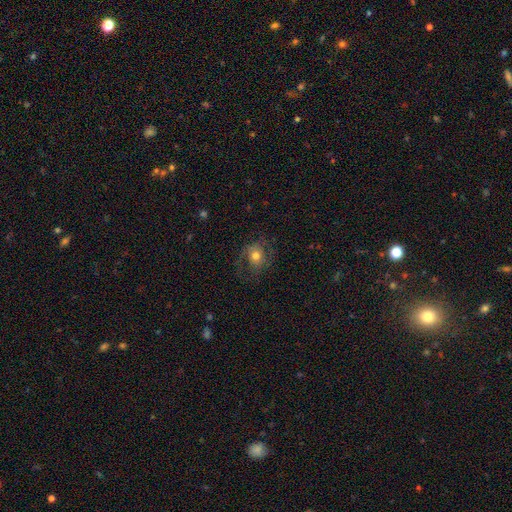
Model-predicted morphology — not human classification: Smooth or featured? Predicted: smooth (p=0.57). How rounded? Predicted: round (p=0.68). Merging? Predicted: none (p=0.60).